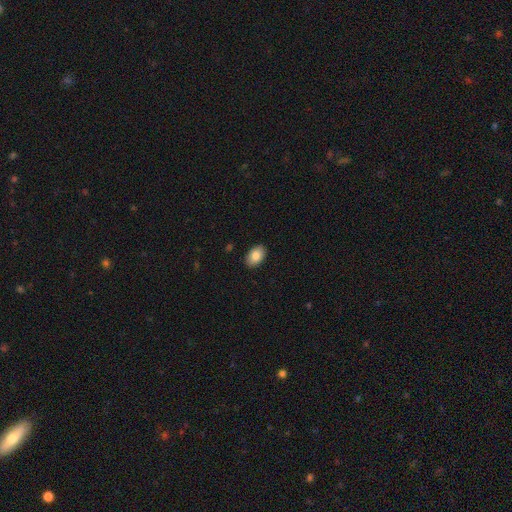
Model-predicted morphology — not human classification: A smooth galaxy with no disk features (84%) that is in between round and cigar-shaped (89%).

Vote fractions:
- Smooth or featured? smooth: 84% / featured or disk: 9% / star or artifact: 7%
- How rounded? in between: 89% / round: 9% / cigar-shaped: 1%
- Merging? none: 89% / minor disturbance: 8% / major disturbance: 2% / merger: 1%